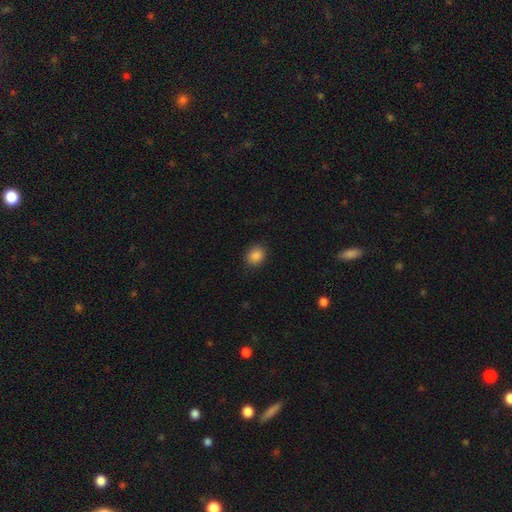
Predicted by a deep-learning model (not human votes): Smooth or featured? Predicted: smooth (p=0.87). How rounded? Predicted: round (p=0.53). Merging? Predicted: none (p=0.88).